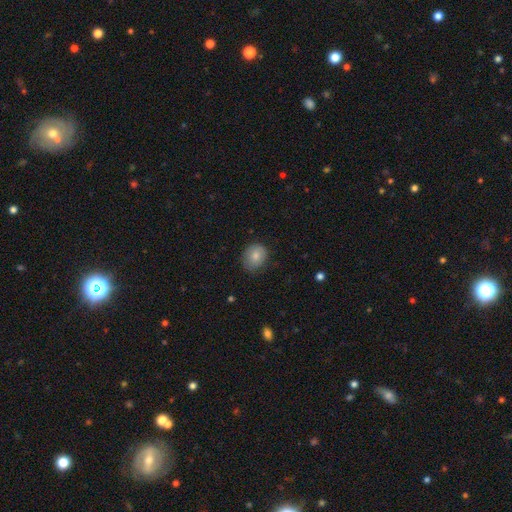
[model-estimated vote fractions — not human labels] Overall: smooth (81%). How rounded: round (63%; in between 36%). Merging: none (74%).